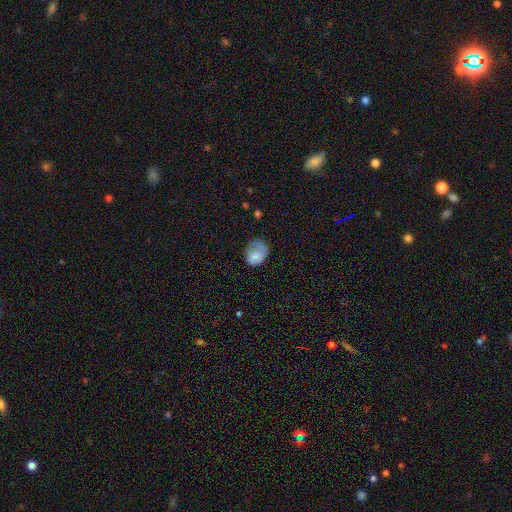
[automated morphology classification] This appears to be a smooth galaxy with no disk features (74%) that is in between round and cigar-shaped (66%). Merging: none (37%).